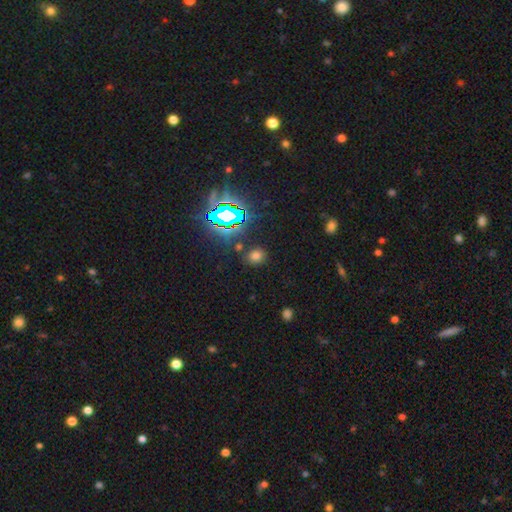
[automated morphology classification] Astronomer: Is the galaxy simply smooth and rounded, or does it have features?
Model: smooth — 63%.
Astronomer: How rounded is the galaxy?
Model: round — 72%.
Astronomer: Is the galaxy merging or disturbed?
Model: none — 83%.